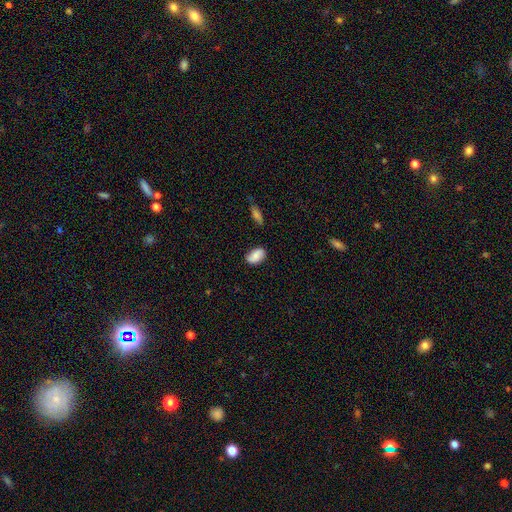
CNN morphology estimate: smooth 79%, featured or disk 13%, star or artifact 7%. Down the decision tree: how rounded — in between (91%); merging — none (78%).